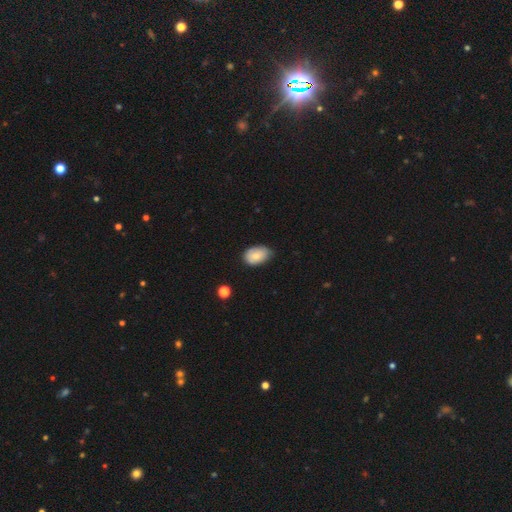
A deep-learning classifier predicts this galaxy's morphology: Overall: smooth (79%). How rounded: in between (86%). Merging: none (60%; minor disturbance 33%).